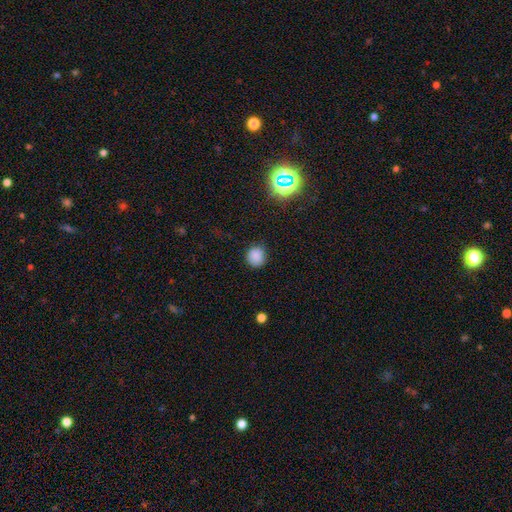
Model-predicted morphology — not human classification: Smooth or featured: smooth — 82% (star or artifact — 13%)
How rounded: round — 83% (in between — 16%)
Merging: none — 83% (minor disturbance — 13%)